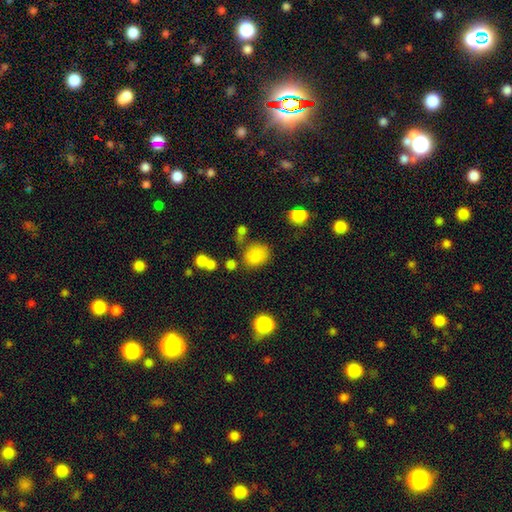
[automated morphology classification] Smooth or featured? Predicted: smooth (p=0.81). How rounded? Predicted: round (p=0.53). Merging? Predicted: none (p=0.65).